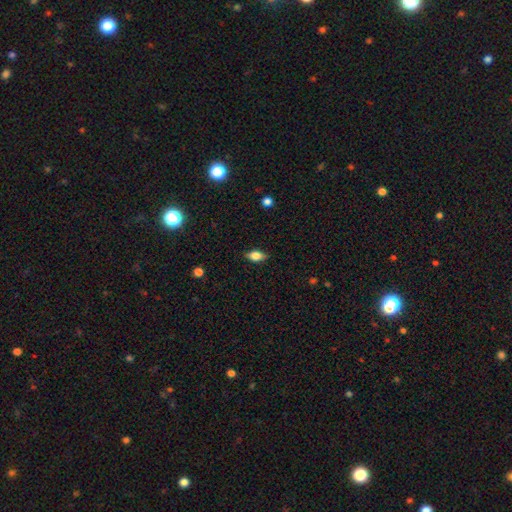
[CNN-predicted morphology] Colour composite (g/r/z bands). It shows a smooth galaxy with no disk features (67%) that is in between round and cigar-shaped (83%). Merging: none (84%).